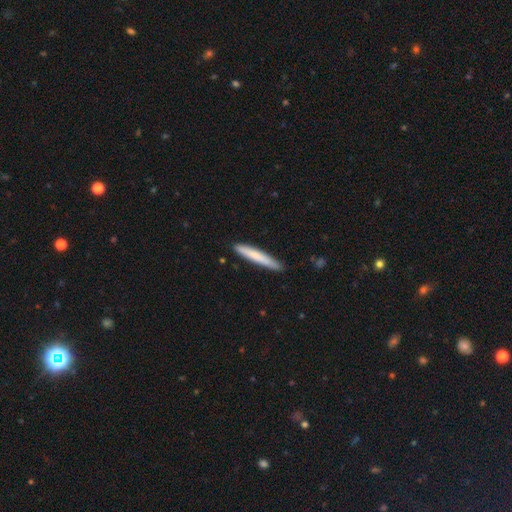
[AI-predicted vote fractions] Overall: smooth (73%). How rounded: cigar-shaped (95%). Merging: none (87%).